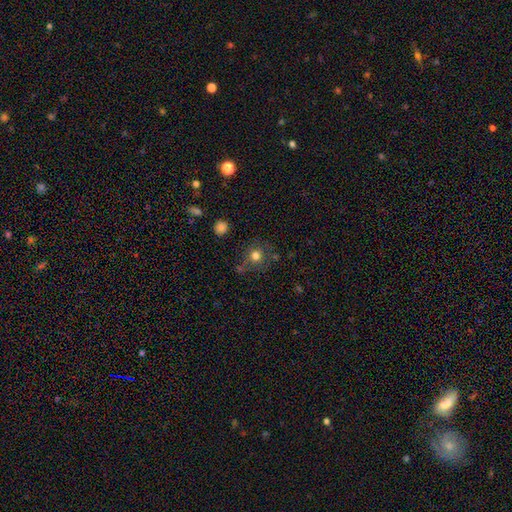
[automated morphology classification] Overall: smooth (74%). How rounded: round (90%). Merging: none (73%).